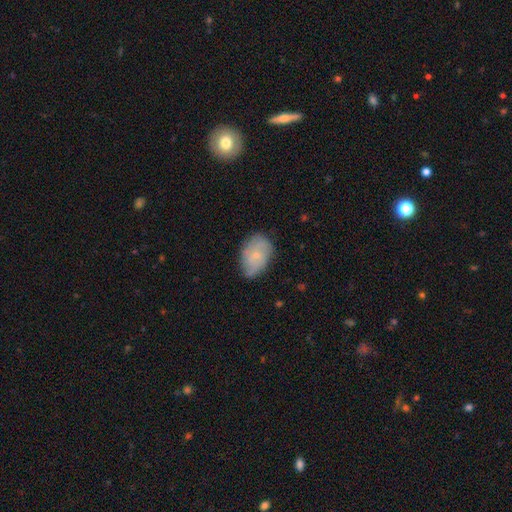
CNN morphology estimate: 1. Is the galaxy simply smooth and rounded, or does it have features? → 51% smooth, 41% featured or disk, 8% star or artifact.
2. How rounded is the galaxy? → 86% in between, 12% round, 1% cigar-shaped.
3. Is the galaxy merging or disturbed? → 62% none, 29% minor disturbance, 7% major disturbance, 1% merger.